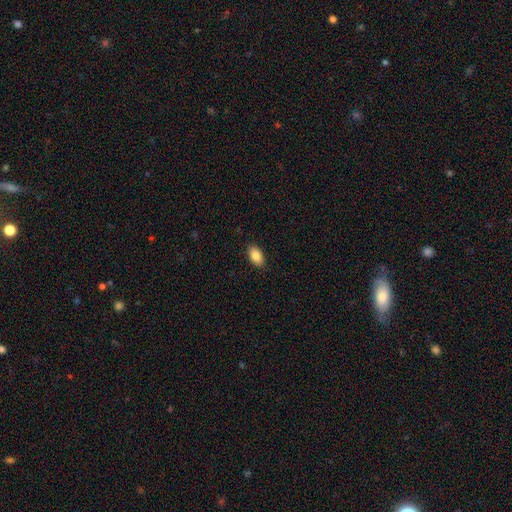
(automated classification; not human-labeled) The model was most divided on "smooth or featured": smooth: 86%, star or artifact: 7%, featured or disk: 7%. More confident: how rounded — in between (92%); merging — none (88%).